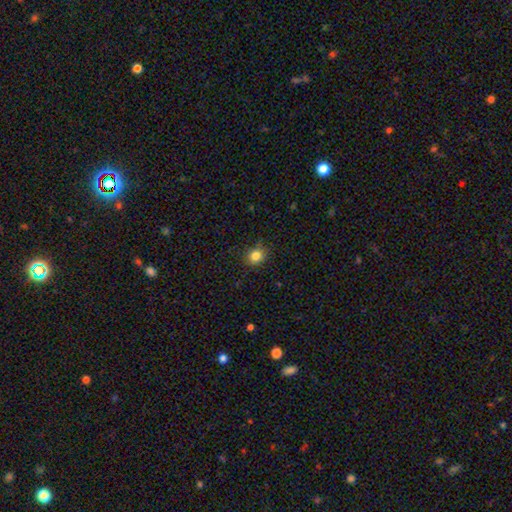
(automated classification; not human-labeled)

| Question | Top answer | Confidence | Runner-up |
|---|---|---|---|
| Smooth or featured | smooth | 82% | star or artifact (12%) |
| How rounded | round | 80% | in between (19%) |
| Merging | none | 86% | minor disturbance (11%) |